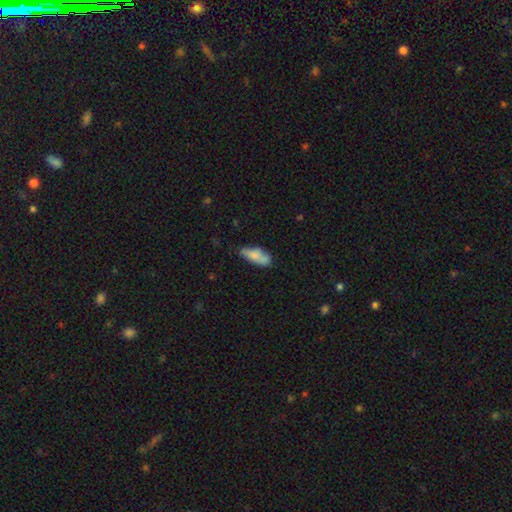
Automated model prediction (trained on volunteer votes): A smooth galaxy with no disk features (74%) that is in between round and cigar-shaped (75%).

Vote fractions:
- Smooth or featured? smooth: 74% / featured or disk: 19% / star or artifact: 7%
- How rounded? in between: 75% / cigar-shaped: 23% / round: 3%
- Merging? none: 53% / minor disturbance: 28% / merger: 11% / major disturbance: 8%